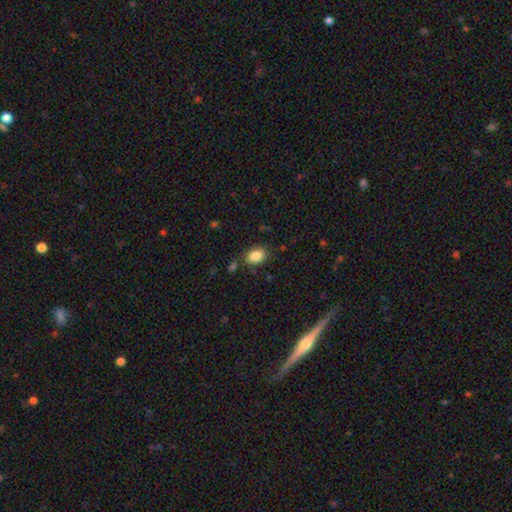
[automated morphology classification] This appears to be a smooth galaxy with no disk features (85%) that is in between round and cigar-shaped (76%). Merging: none (80%).